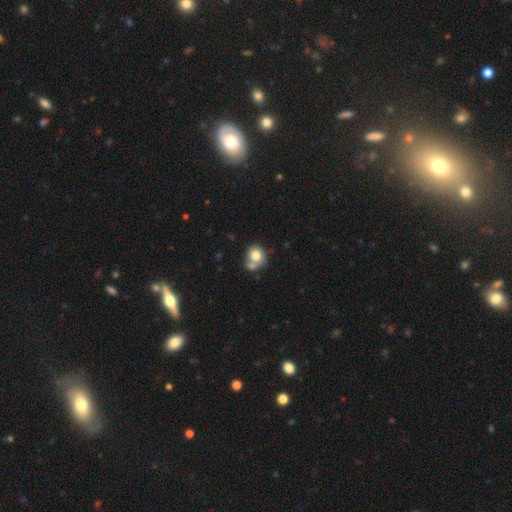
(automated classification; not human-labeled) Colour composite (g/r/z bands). It shows a smooth galaxy with no disk features (75%) that is round (74%). Merging: none (41%).